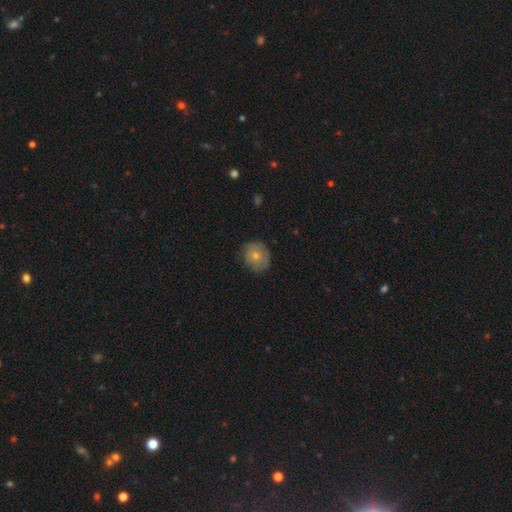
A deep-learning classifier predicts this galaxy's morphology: Overall: smooth (67%). How rounded: round (78%). Merging: none (72%).